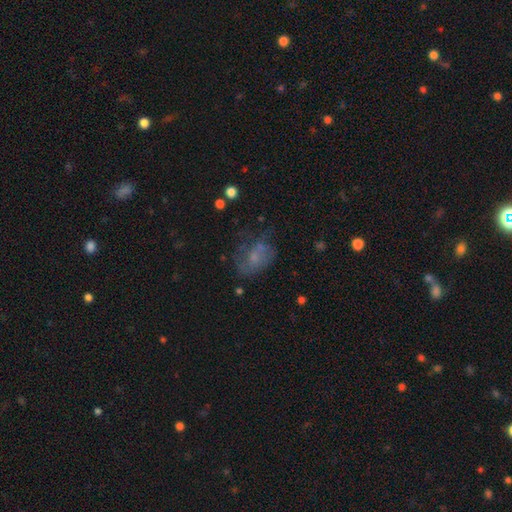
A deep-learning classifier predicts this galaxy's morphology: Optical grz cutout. It shows a smooth galaxy with no disk features (46%). Merging: none (43%).